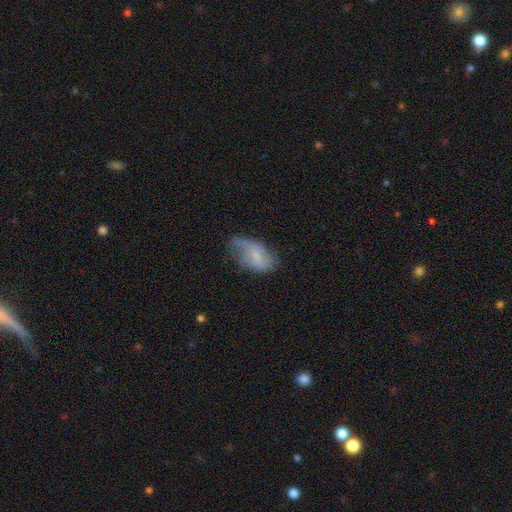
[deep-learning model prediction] Smooth or featured: smooth — 53% (featured or disk — 38%)
How rounded: in between — 92% (round — 5%)
Merging: none — 38% (minor disturbance — 37%)